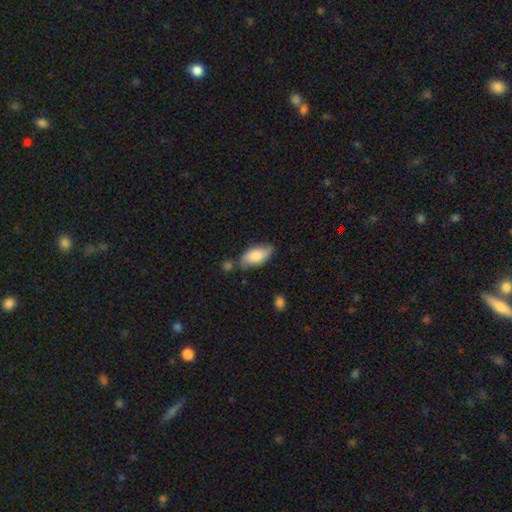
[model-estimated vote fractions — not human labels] Overall: smooth (78%). How rounded: in between (90%). Merging: none (69%).